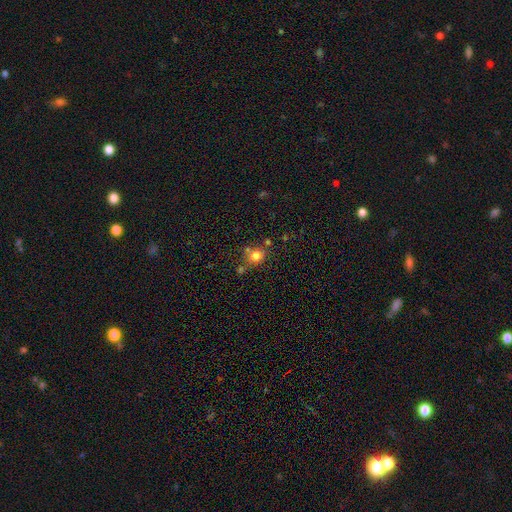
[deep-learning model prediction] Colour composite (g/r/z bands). It shows a smooth galaxy with no disk features (78%) that is round (82%). Merging: none (69%).